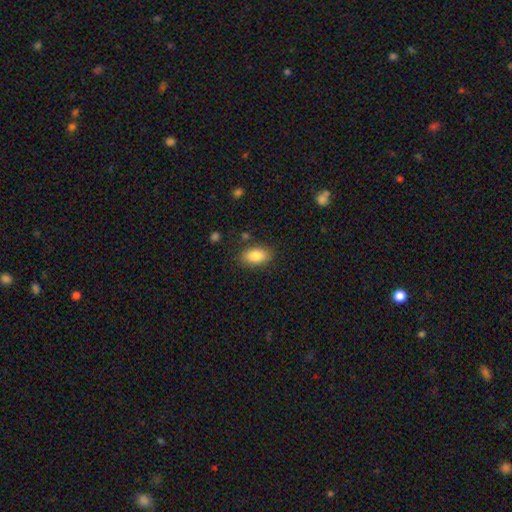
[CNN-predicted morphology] A smooth galaxy with no disk features (84%) that is in between round and cigar-shaped (90%).

Vote fractions:
- Smooth or featured? smooth: 84% / featured or disk: 8% / star or artifact: 7%
- How rounded? in between: 90% / round: 7% / cigar-shaped: 3%
- Merging? none: 82% / minor disturbance: 12% / major disturbance: 3% / merger: 3%